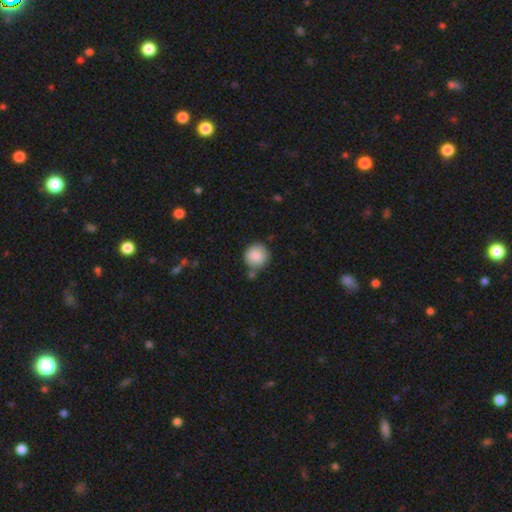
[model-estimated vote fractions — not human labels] Smooth or featured? smooth (87%)
How rounded? round (94%)
Merging? none (75%)